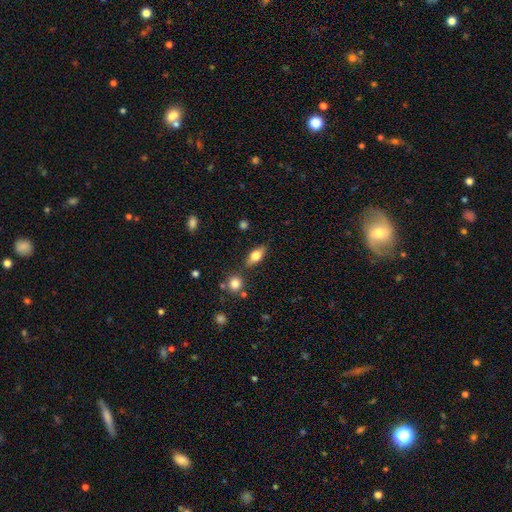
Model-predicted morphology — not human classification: smooth-or-featured: smooth: 69% | featured or disk: 23% | star or artifact: 8%
  how-rounded: in between: 81% | cigar-shaped: 14% | round: 5%
  merging: none: 79% | minor disturbance: 13% | merger: 5% | major disturbance: 3%